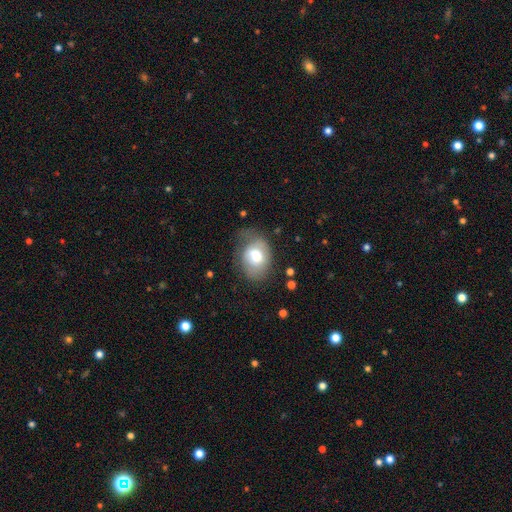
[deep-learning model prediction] This is likely a smooth galaxy (62%). How rounded: likely in between (70%). Merging: possibly none (46%).